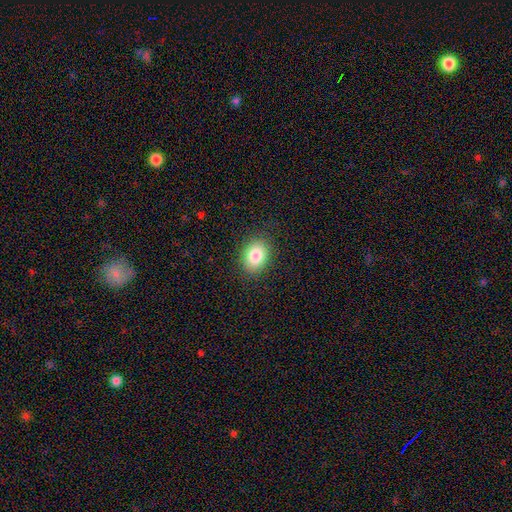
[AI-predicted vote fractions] Morphology: type=smooth (84%); roundness=in between (70%); merging=none (87%).